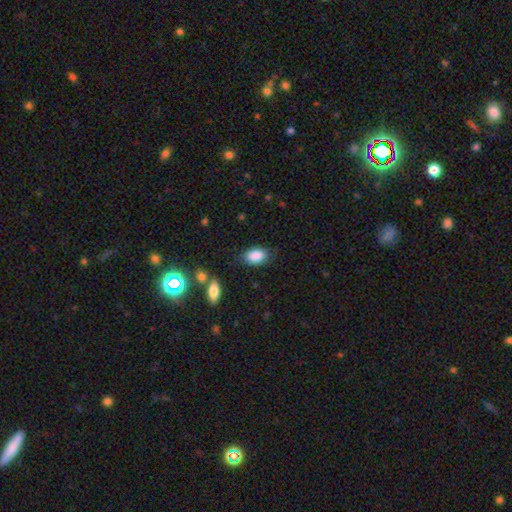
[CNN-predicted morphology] type=smooth (88%); roundness=in between (89%); merging=none (78%).